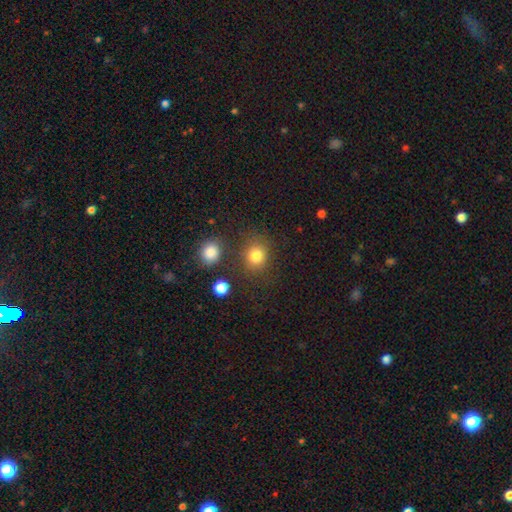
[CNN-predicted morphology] This appears to be a smooth galaxy with no disk features (81%) that is round (78%). Merging: none (76%).